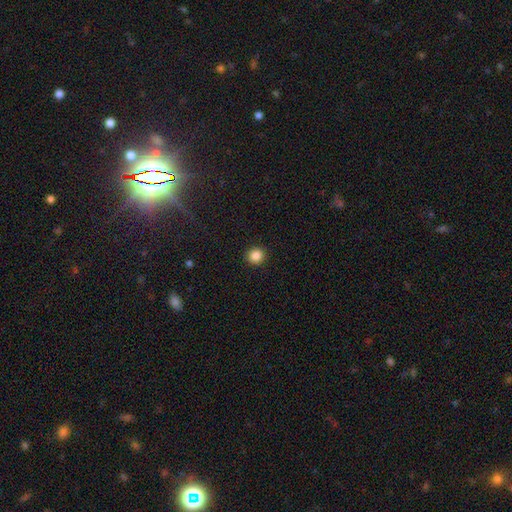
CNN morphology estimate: smooth-or-featured: smooth: 86% | star or artifact: 10% | featured or disk: 4%
  how-rounded: round: 89% | in between: 10% | cigar-shaped: 1%
  merging: none: 92% | minor disturbance: 5% | major disturbance: 2% | merger: 1%